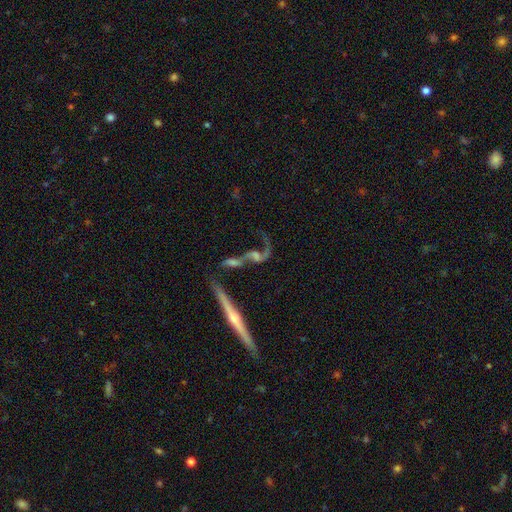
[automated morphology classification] Smooth or featured?
  - featured or disk: 81% *
  - smooth: 11%
  - star or artifact: 8%
Edge-on disk?
  - yes: 90% *
  - no: 10%
Edge-on bulge?
  - rounded: 85% *
  - none: 11%
  - boxy: 5%
Merging?
  - none: 71% *
  - merger: 12%
  - minor disturbance: 12%
  - major disturbance: 5%